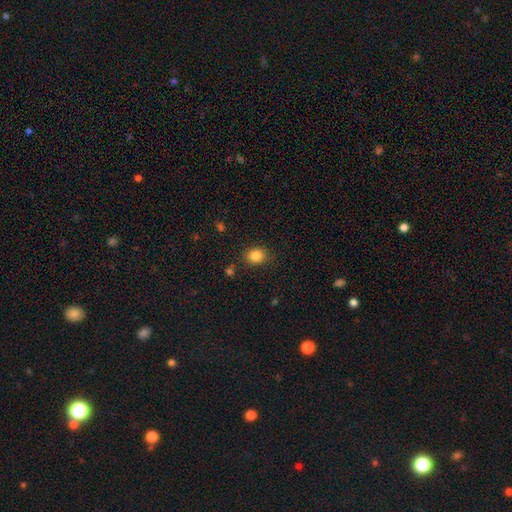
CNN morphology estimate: smooth 84%, star or artifact 11%, featured or disk 5%. Down the decision tree: how rounded — round (64%); merging — none (85%).